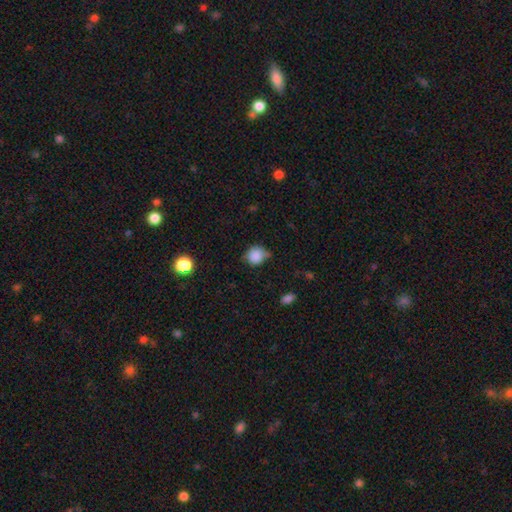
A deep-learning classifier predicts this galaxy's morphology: Q: Smooth or featured?
A: smooth (84%); runner-up: star or artifact (10%)
Q: How rounded?
A: round (85%); runner-up: in between (14%)
Q: Merging?
A: none (52%); runner-up: minor disturbance (36%)